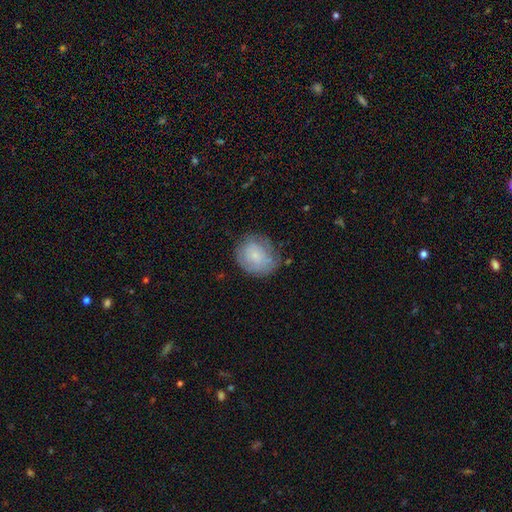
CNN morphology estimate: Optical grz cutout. It shows a smooth galaxy with no disk features (64%) that is round (66%). Merging: none (62%).